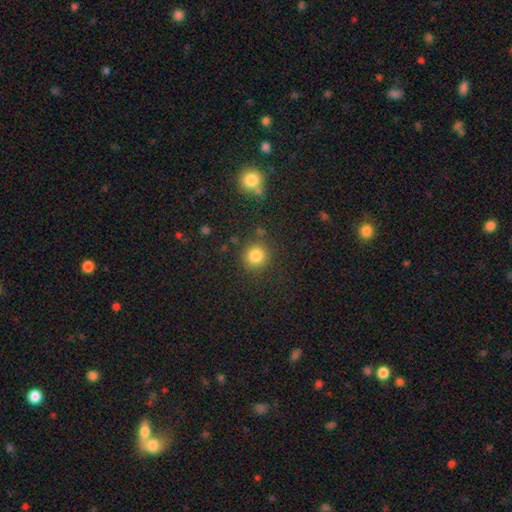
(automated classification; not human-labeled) This is clearly a smooth galaxy (83%). How rounded: clearly round (91%). Merging: clearly none (84%).